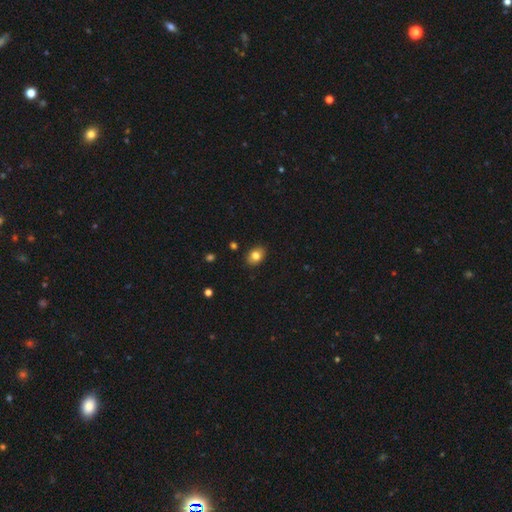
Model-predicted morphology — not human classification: smooth_or_featured: smooth (p=0.81) [alt: featured or disk p=0.10]
how_rounded: in between (p=0.71) [alt: round p=0.28]
merging: none (p=0.87) [alt: minor disturbance p=0.10]